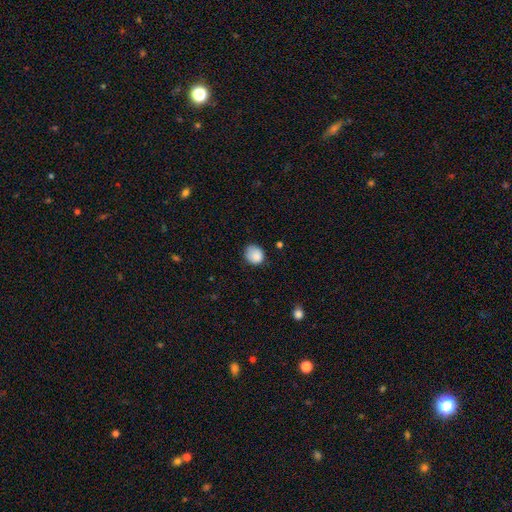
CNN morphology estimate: Smooth or featured? Predicted: smooth (p=0.86). How rounded? Predicted: round (p=0.73). Merging? Predicted: none (p=0.66).